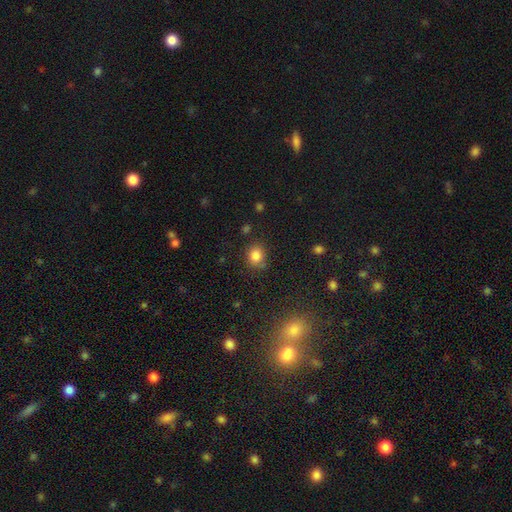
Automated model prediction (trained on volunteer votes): smooth-or-featured: smooth: 83% | star or artifact: 12% | featured or disk: 5%
  how-rounded: round: 73% | in between: 26% | cigar-shaped: 1%
  merging: none: 75% | minor disturbance: 16% | merger: 5% | major disturbance: 5%